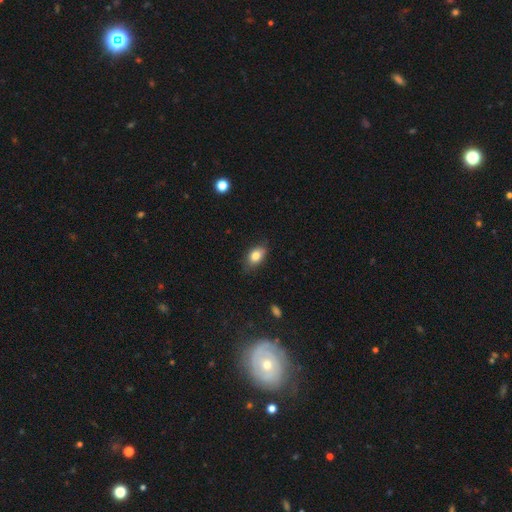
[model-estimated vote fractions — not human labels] A smooth galaxy with no disk features (82%) that is in between round and cigar-shaped (86%).

Vote fractions:
- Smooth or featured? smooth: 82% / featured or disk: 10% / star or artifact: 8%
- How rounded? in between: 86% / round: 12% / cigar-shaped: 3%
- Merging? none: 78% / minor disturbance: 18% / major disturbance: 3% / merger: 1%